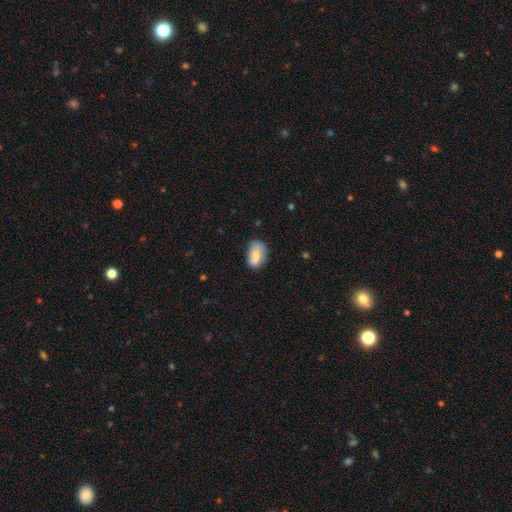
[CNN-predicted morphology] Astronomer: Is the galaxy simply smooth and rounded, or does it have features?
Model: smooth — 75%.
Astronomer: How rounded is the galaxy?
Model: in between — 90%.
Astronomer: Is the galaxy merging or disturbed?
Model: none — 66%.